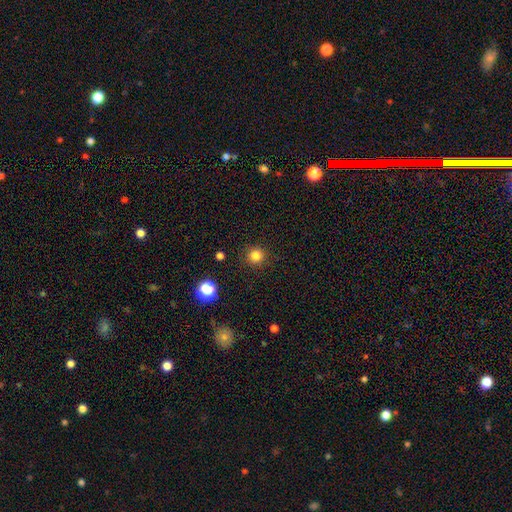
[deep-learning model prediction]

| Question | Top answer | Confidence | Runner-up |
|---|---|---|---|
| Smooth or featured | smooth | 83% | star or artifact (14%) |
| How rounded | round | 95% | in between (4%) |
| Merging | none | 91% | minor disturbance (6%) |